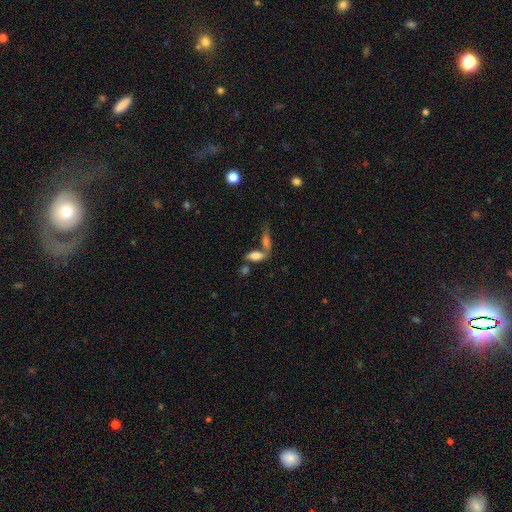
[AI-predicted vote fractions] Smooth or featured? Predicted: smooth (p=0.71). How rounded? Predicted: in between (p=0.74). Merging? Predicted: merger (p=0.44).